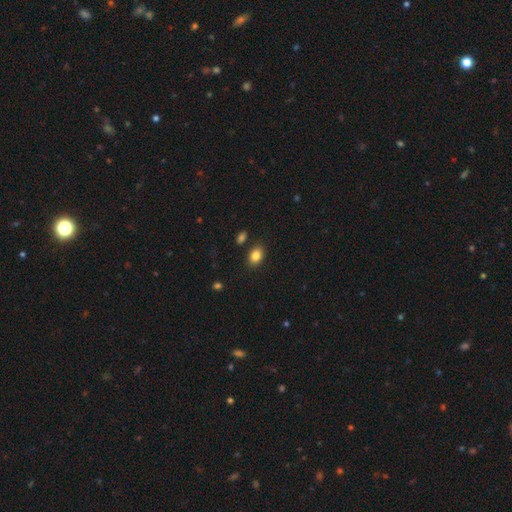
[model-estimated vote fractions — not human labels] A smooth galaxy with no disk features (84%) that is in between round and cigar-shaped (79%).

Vote fractions:
- Smooth or featured? smooth: 84% / star or artifact: 9% / featured or disk: 7%
- How rounded? in between: 79% / round: 20% / cigar-shaped: 1%
- Merging? none: 85% / minor disturbance: 10% / merger: 3% / major disturbance: 2%